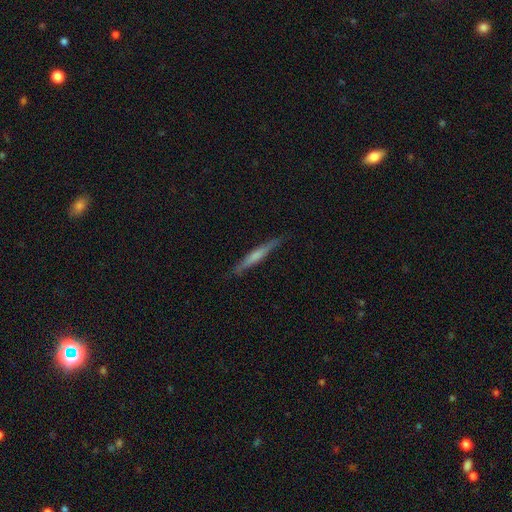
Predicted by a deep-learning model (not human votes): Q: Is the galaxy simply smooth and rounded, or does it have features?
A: smooth — 47%, tied with featured or disk.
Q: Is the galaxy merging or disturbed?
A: none — 86%.